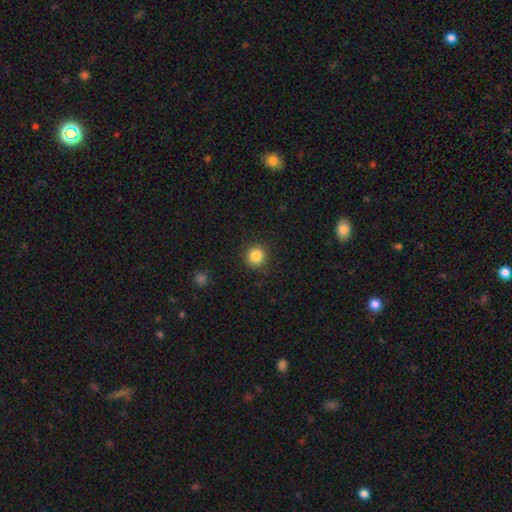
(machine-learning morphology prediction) Smooth or featured? Predicted: smooth (p=0.84). How rounded? Predicted: round (p=0.89). Merging? Predicted: none (p=0.89).